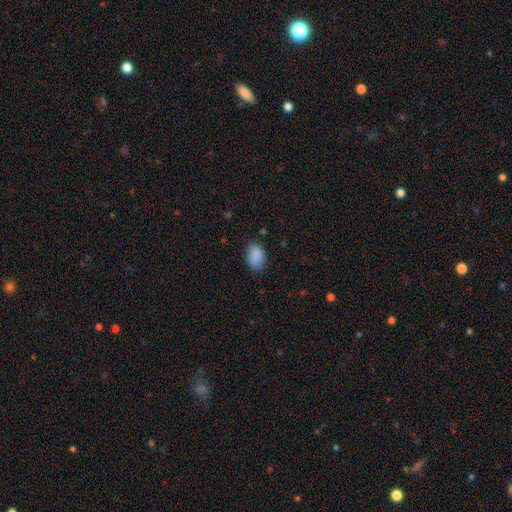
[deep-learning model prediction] A smooth galaxy with no disk features (89%) that is in between round and cigar-shaped (89%). Merging: none (80%).